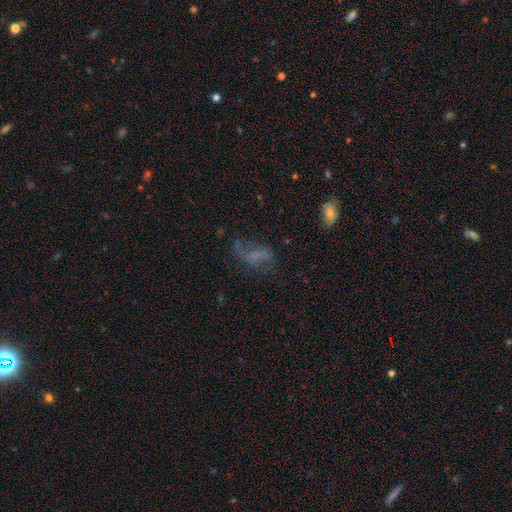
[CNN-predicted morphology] A featured or disk galaxy (52%).

Vote fractions:
- Smooth or featured? featured or disk: 52% / smooth: 32% / star or artifact: 16%
- Edge-on disk? no: 95% / yes: 5%
- Merging? none: 48% / major disturbance: 27% / minor disturbance: 22% / merger: 4%